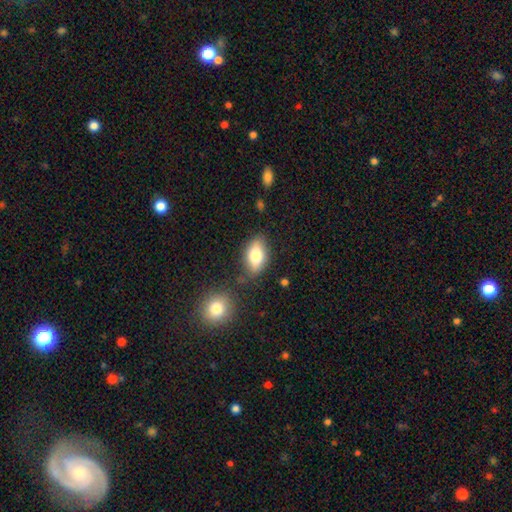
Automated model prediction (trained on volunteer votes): Morphology: type=smooth (75%); roundness=in between (87%); merging=none (77%).